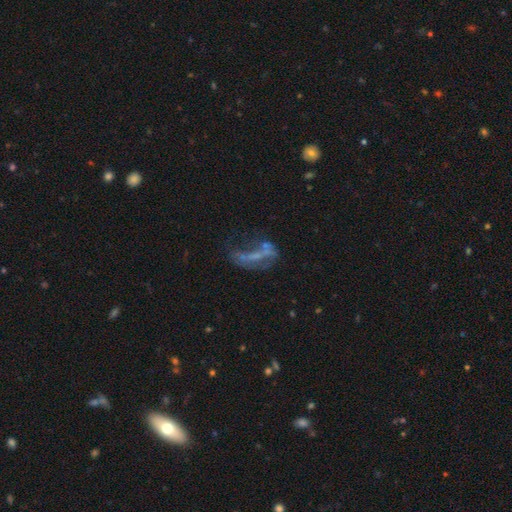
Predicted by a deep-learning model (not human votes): Smooth or featured?
  - featured or disk: 56% *
  - smooth: 25%
  - star or artifact: 19%
Edge-on disk?
  - no: 88% *
  - yes: 12%
Merging?
  - major disturbance: 38% *
  - none: 30%
  - minor disturbance: 17%
  - merger: 15%